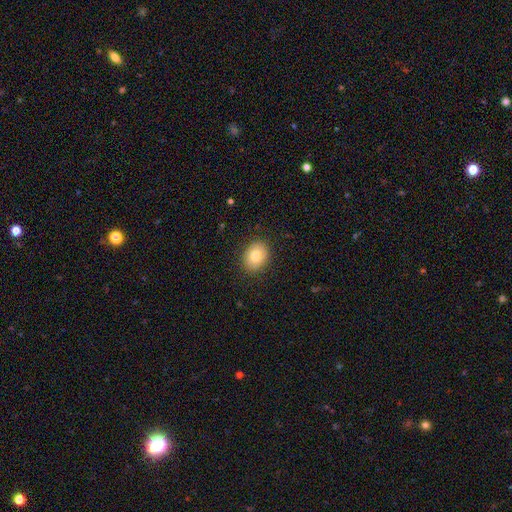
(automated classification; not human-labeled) Overall: smooth (80%). How rounded: in between (54%; round 45%). Merging: none (88%).